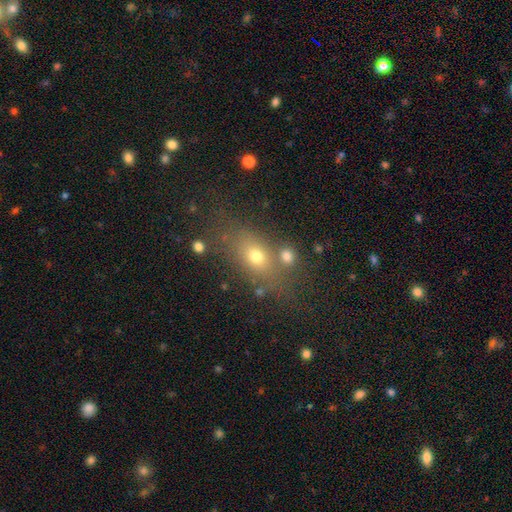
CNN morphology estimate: This appears to be a smooth galaxy with no disk features (64%) that is in between round and cigar-shaped (63%). Merging: none (63%).